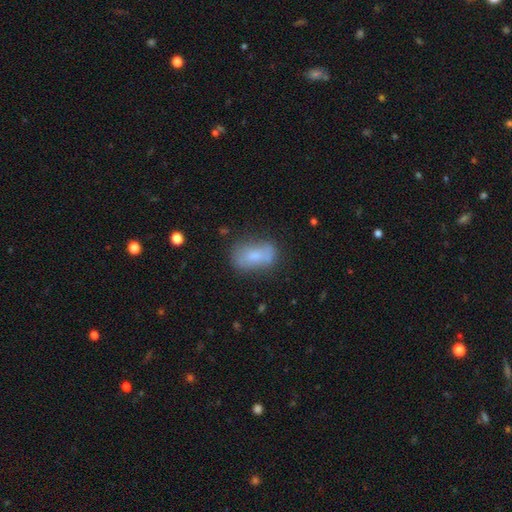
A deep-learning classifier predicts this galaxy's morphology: A smooth galaxy with no disk features (67%) that is in between round and cigar-shaped (86%). Merging: none (57%).